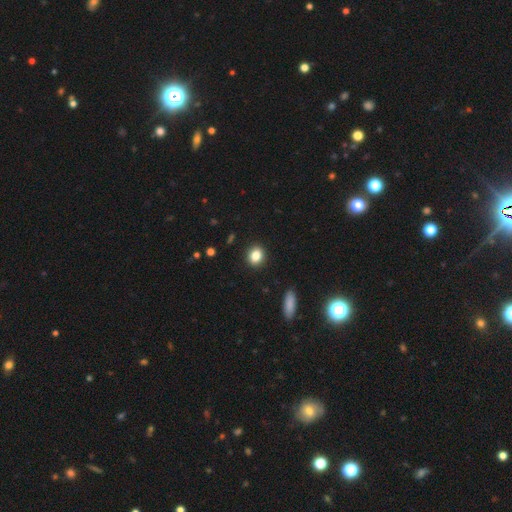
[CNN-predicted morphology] Q: Smooth or featured?
A: smooth (84%); runner-up: star or artifact (10%)
Q: How rounded?
A: round (64%); runner-up: in between (35%)
Q: Merging?
A: none (91%); runner-up: minor disturbance (6%)